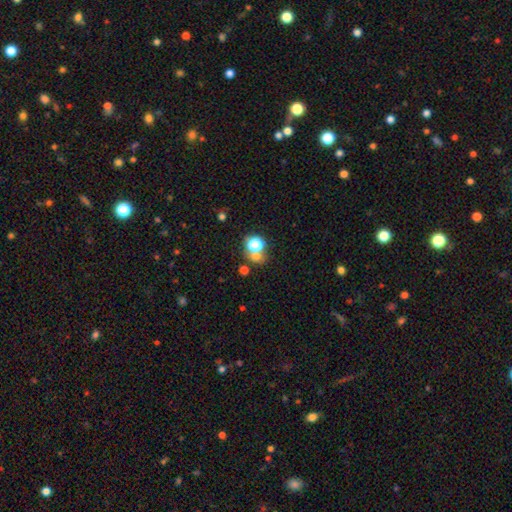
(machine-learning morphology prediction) The model was most divided on "merging": none: 51%, merger: 36%, minor disturbance: 8%, major disturbance: 6%. More confident: how rounded — round (78%); smooth or featured — smooth (60%).